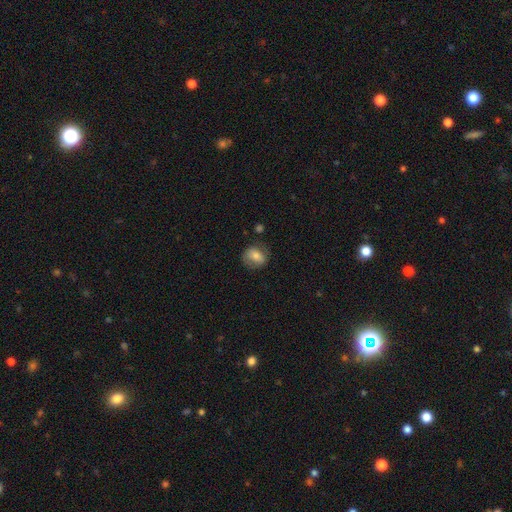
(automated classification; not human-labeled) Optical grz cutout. It shows a smooth galaxy with no disk features (70%) that is round (56%). Merging: none (69%).